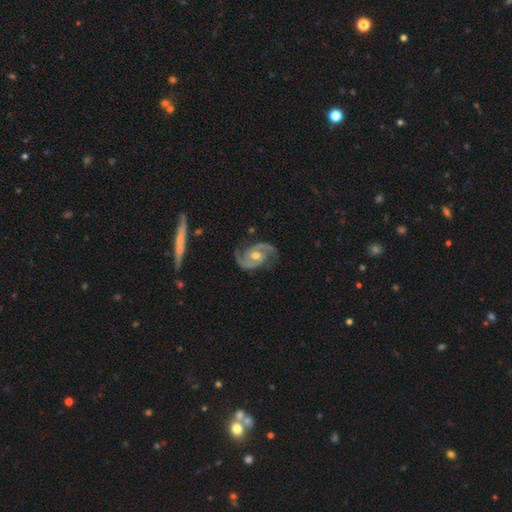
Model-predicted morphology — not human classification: smooth-or-featured: featured or disk: 93% | star or artifact: 4% | smooth: 3%
  disk-edge-on: no: 97% | yes: 3%
    bar: no: 51% | weak: 35% | strong: 14%
    has-spiral-arms: yes: 98% | no: 2%
      spiral-winding: medium: 57% | tight: 30% | loose: 12%
      spiral-arm-count: 2: 93% | can't tell: 2% | 3: 2% | 1: 1% | 4: 1% | more than 4: 1%
    bulge-size: moderate: 75% | small: 18% | large: 4% | none: 1% | dominant: 1%
  merging: none: 81% | minor disturbance: 14% | major disturbance: 4% | merger: 1%